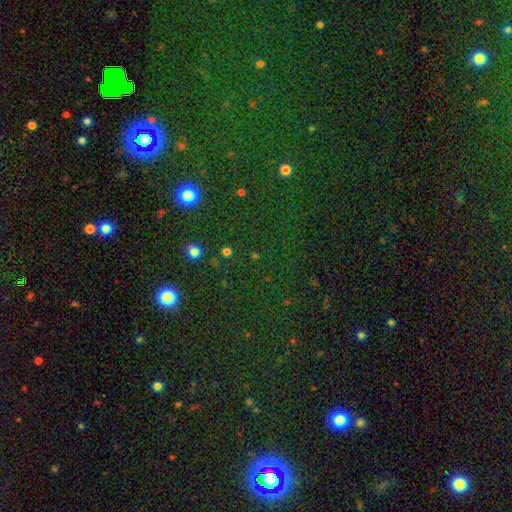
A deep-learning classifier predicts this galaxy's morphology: The model was most divided on "smooth or featured": star or artifact: 75%, smooth: 17%, featured or disk: 8%.